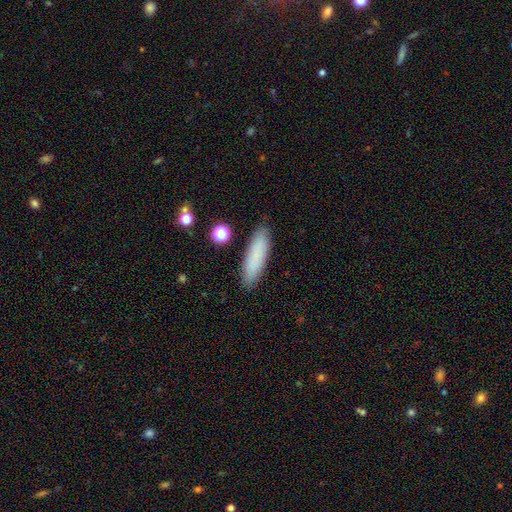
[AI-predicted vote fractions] A smooth galaxy with no disk features (83%) that is cigar-shaped (64%).

Vote fractions:
- Smooth or featured? smooth: 83% / featured or disk: 9% / star or artifact: 8%
- How rounded? cigar-shaped: 64% / in between: 35% / round: 2%
- Merging? none: 88% / minor disturbance: 9% / major disturbance: 2% / merger: 2%